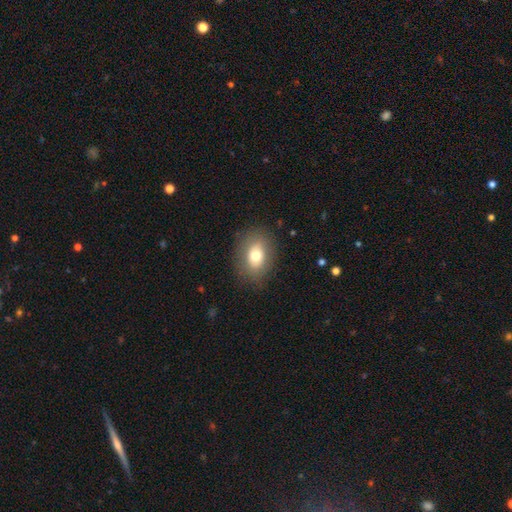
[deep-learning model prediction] smooth_or_featured: smooth (p=0.73) [alt: featured or disk p=0.17]
how_rounded: in between (p=0.70) [alt: round p=0.29]
merging: none (p=0.84) [alt: minor disturbance p=0.11]